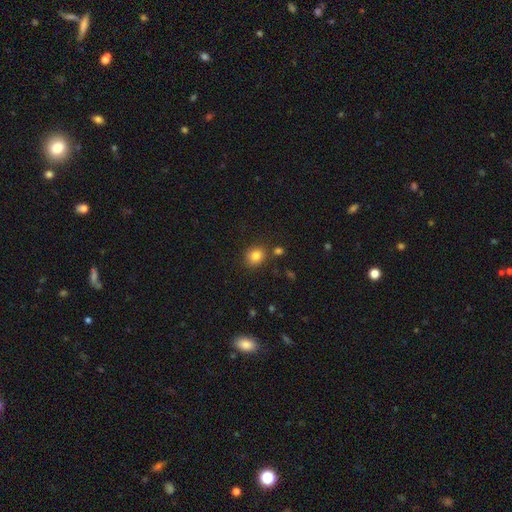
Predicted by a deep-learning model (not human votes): Smooth or featured?
  - smooth: 82% *
  - star or artifact: 11%
  - featured or disk: 6%
How rounded?
  - round: 67% *
  - in between: 32%
  - cigar-shaped: 1%
Merging?
  - none: 81% *
  - minor disturbance: 10%
  - merger: 6%
  - major disturbance: 3%